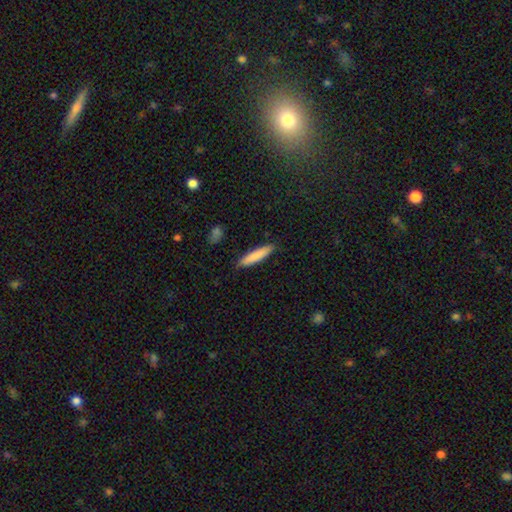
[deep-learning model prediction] Overall: smooth (82%). How rounded: cigar-shaped (87%). Merging: none (88%).